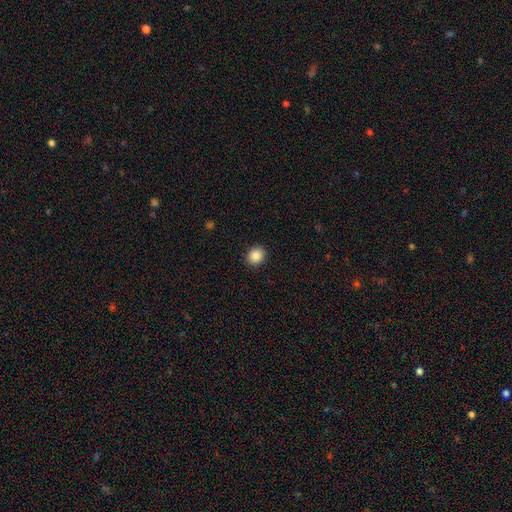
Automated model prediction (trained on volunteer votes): Smooth or featured? Predicted: smooth (p=0.87). How rounded? Predicted: round (p=0.71). Merging? Predicted: none (p=0.91).